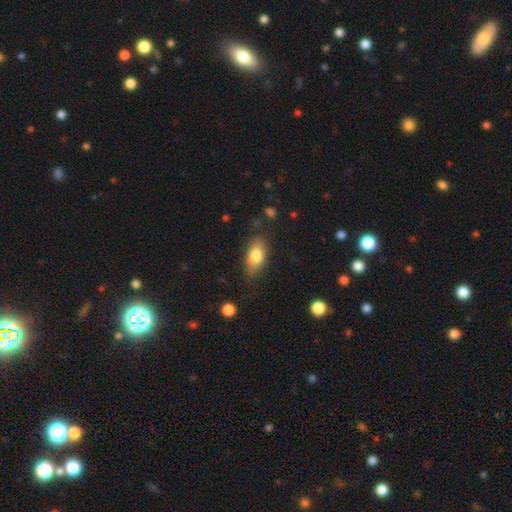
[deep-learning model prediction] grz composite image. It shows a smooth galaxy with no disk features (79%) that is in between round and cigar-shaped (86%). Merging: none (77%).